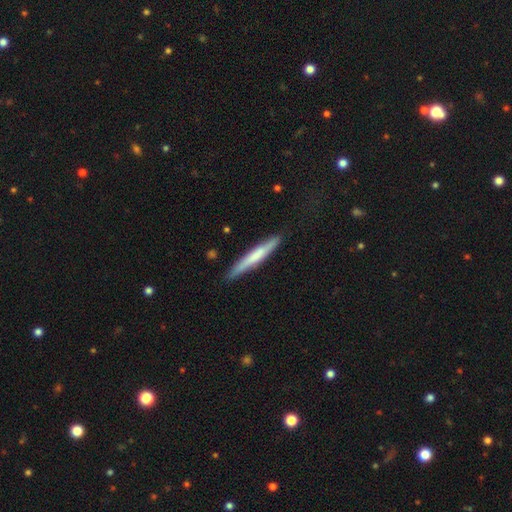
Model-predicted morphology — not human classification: smooth-or-featured: smooth: 57% | featured or disk: 37% | star or artifact: 5%
  how-rounded: cigar-shaped: 95% | in between: 4% | round: 1%
  merging: none: 87% | minor disturbance: 10% | major disturbance: 2% | merger: 1%